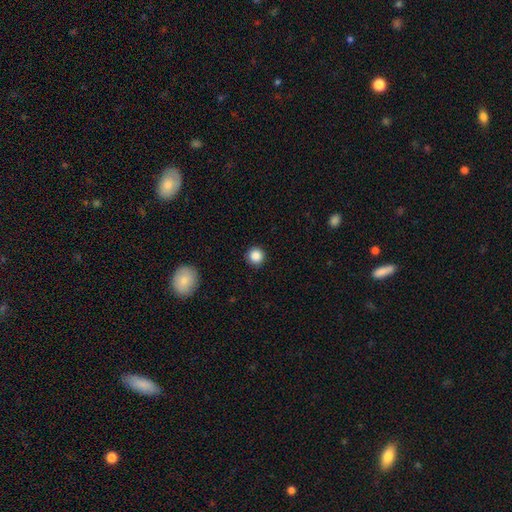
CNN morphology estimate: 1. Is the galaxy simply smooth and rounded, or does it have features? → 87% smooth, 10% star or artifact, 3% featured or disk.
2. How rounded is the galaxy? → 95% round, 4% in between, 1% cigar-shaped.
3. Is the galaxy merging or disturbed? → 91% none, 6% minor disturbance, 2% major disturbance, 1% merger.